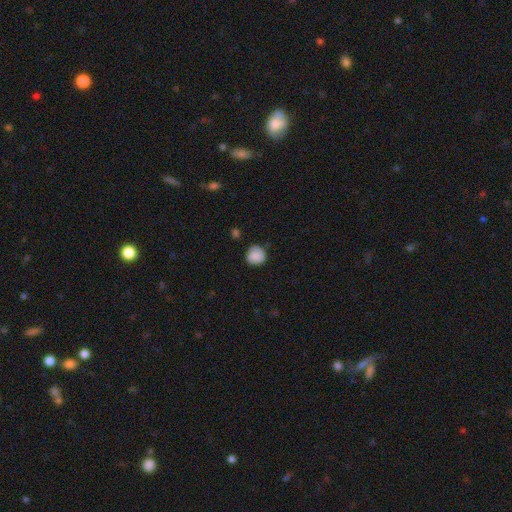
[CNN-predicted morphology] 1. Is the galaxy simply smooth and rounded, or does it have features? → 83% smooth, 9% featured or disk, 8% star or artifact.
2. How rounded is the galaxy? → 85% round, 14% in between, 1% cigar-shaped.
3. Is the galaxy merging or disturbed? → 71% none, 22% minor disturbance, 5% major disturbance, 2% merger.